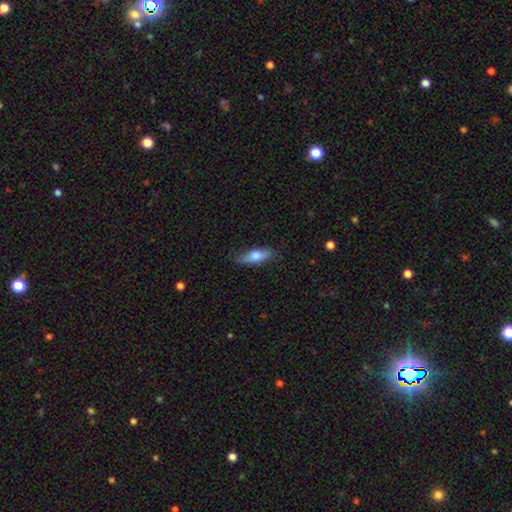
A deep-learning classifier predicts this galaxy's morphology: This is likely a smooth galaxy (71%). How rounded: possibly in between (54%). Merging: clearly none (81%).